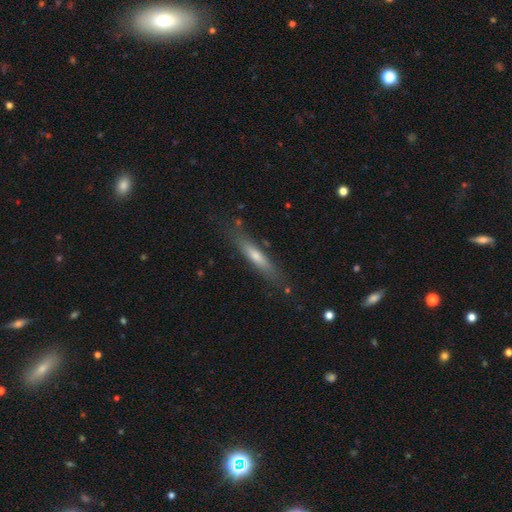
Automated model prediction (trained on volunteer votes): Smooth or featured: smooth — 52% (featured or disk — 41%)
How rounded: cigar-shaped — 89% (in between — 9%)
Merging: none — 80% (minor disturbance — 14%)